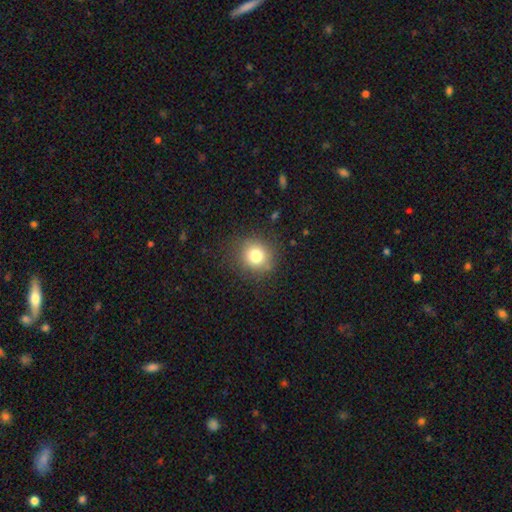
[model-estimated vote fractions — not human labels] A smooth galaxy with no disk features (79%) that is round (90%).

Vote fractions:
- Smooth or featured? smooth: 79% / star or artifact: 12% / featured or disk: 9%
- How rounded? round: 90% / in between: 9% / cigar-shaped: 1%
- Merging? none: 86% / minor disturbance: 9% / major disturbance: 4% / merger: 1%